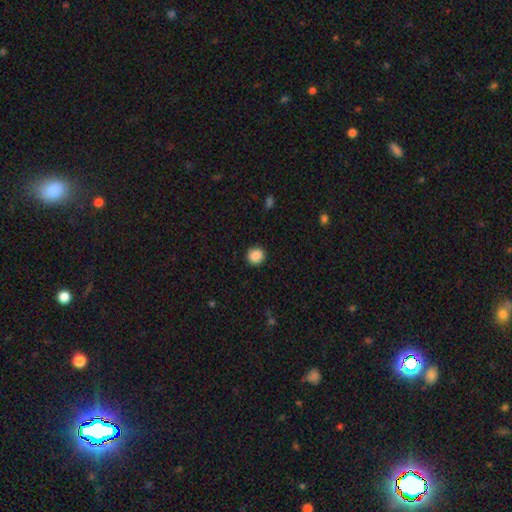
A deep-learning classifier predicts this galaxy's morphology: Smooth or featured: smooth — 88% (star or artifact — 9%)
How rounded: round — 91% (in between — 8%)
Merging: none — 91% (minor disturbance — 6%)